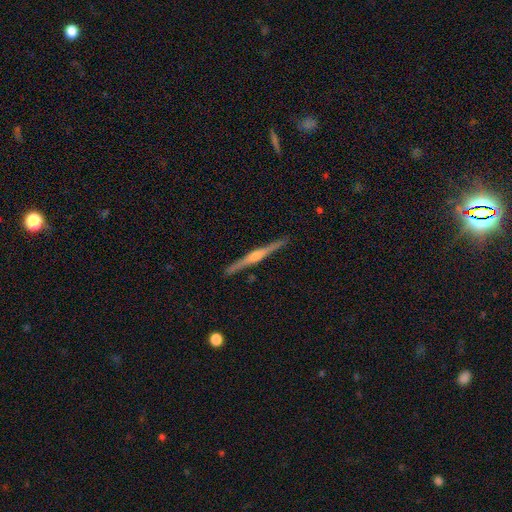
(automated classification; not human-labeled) Smooth or featured? featured or disk (78%)
Edge-on disk? yes (99%)
Edge-on bulge? rounded (71%)
Merging? none (92%)